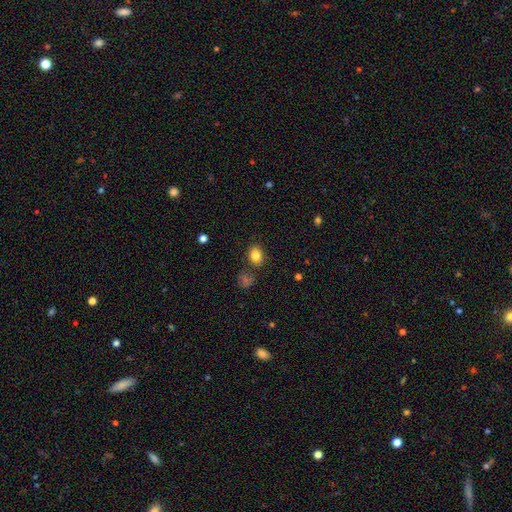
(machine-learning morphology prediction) Smooth or featured? smooth (84%)
How rounded? in between (54%)
Merging? none (81%)